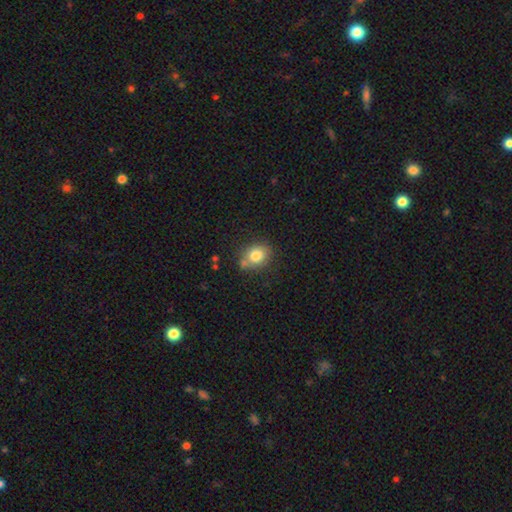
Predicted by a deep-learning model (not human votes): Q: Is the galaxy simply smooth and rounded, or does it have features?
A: smooth — 79%.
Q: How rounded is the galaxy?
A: round — 56%.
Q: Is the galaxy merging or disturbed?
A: none — 72%.